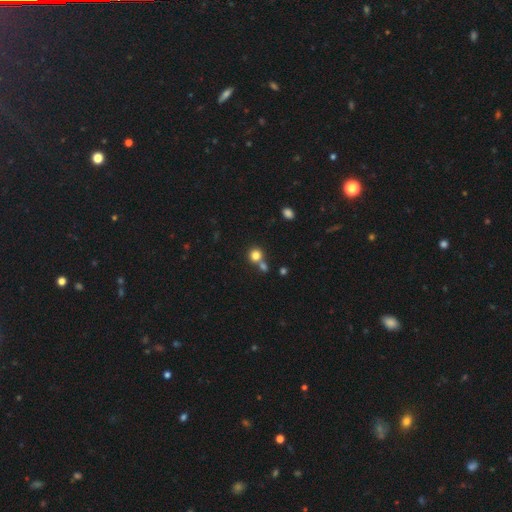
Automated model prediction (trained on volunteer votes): Q: Smooth or featured?
A: smooth (81%); runner-up: star or artifact (12%)
Q: How rounded?
A: round (89%); runner-up: in between (10%)
Q: Merging?
A: none (60%); runner-up: merger (29%)